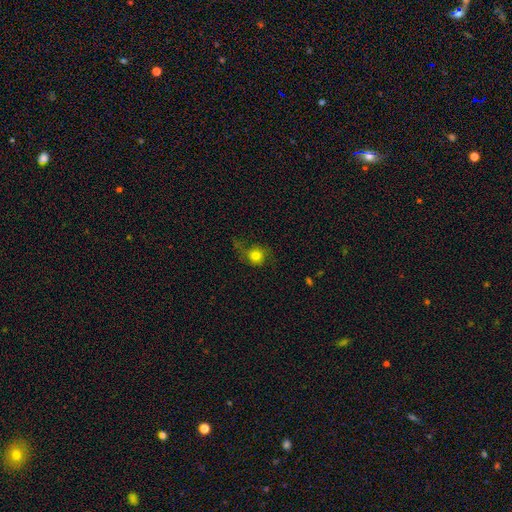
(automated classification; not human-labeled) Overall: smooth (65%). How rounded: round (82%). Merging: none (51%; minor disturbance 23%).